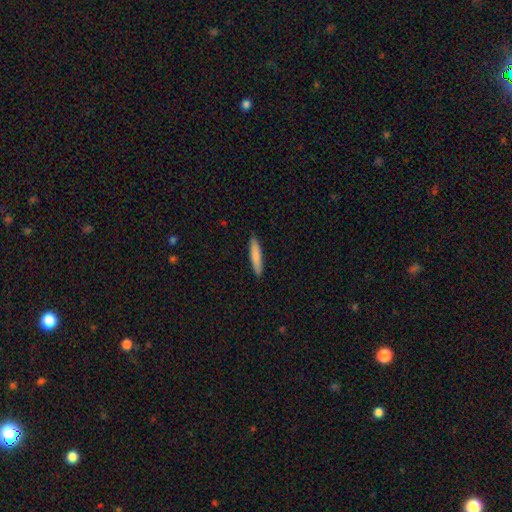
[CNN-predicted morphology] A smooth galaxy with no disk features (82%) that is cigar-shaped (88%).

Vote fractions:
- Smooth or featured? smooth: 82% / featured or disk: 13% / star or artifact: 5%
- How rounded? cigar-shaped: 88% / in between: 11% / round: 1%
- Merging? none: 89% / minor disturbance: 8% / major disturbance: 2% / merger: 1%